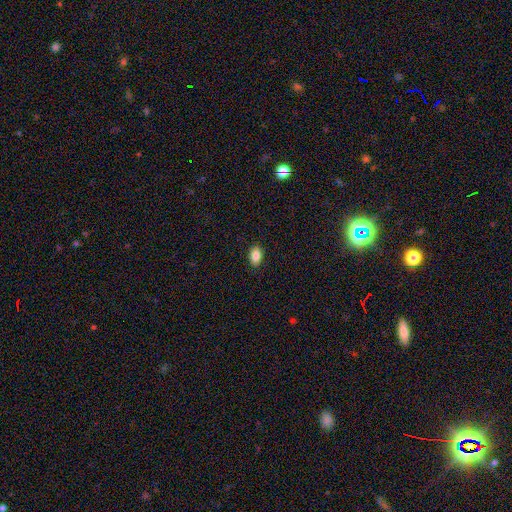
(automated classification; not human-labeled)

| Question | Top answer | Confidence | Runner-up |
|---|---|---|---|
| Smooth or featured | smooth | 86% | star or artifact (8%) |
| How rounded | in between | 89% | round (10%) |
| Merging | none | 88% | minor disturbance (9%) |